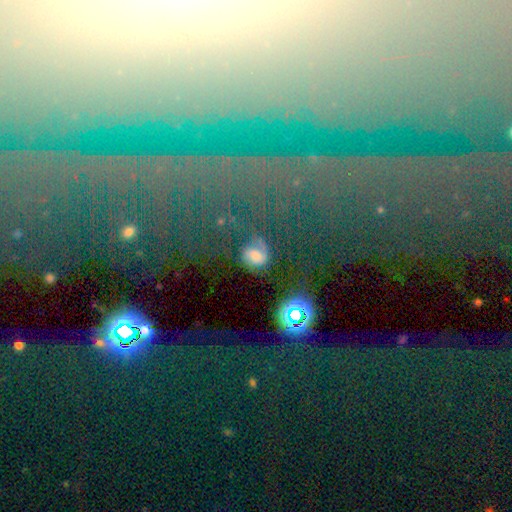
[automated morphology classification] Overall: smooth (42%; featured or disk 33%). Merging: none (49%; minor disturbance 24%).